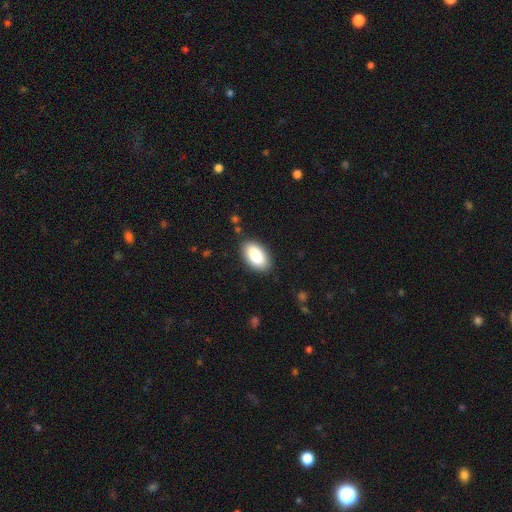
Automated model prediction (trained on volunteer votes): A smooth galaxy with no disk features (87%) that is in between round and cigar-shaped (95%). Merging: none (86%).